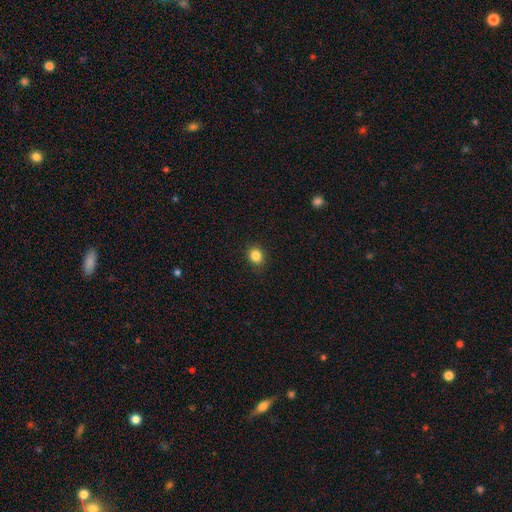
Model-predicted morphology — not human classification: Smooth or featured: smooth — 85% (star or artifact — 11%)
How rounded: round — 73% (in between — 27%)
Merging: none — 89% (minor disturbance — 8%)